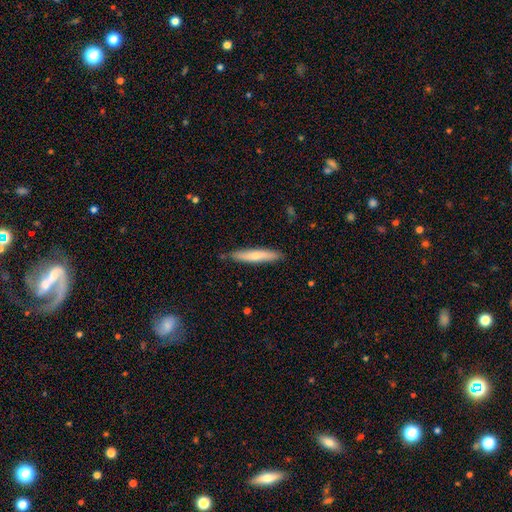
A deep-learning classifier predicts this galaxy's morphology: smooth 66%, featured or disk 29%, star or artifact 5%. Down the decision tree: how rounded — cigar-shaped (90%); merging — none (86%).